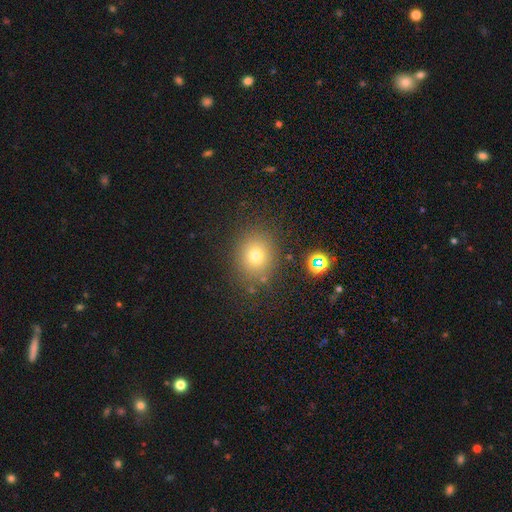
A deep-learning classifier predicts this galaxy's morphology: A smooth galaxy with no disk features (72%) that is round (76%).

Vote fractions:
- Smooth or featured? smooth: 72% / star or artifact: 18% / featured or disk: 10%
- How rounded? round: 76% / in between: 23% / cigar-shaped: 1%
- Merging? none: 84% / minor disturbance: 9% / major disturbance: 4% / merger: 3%